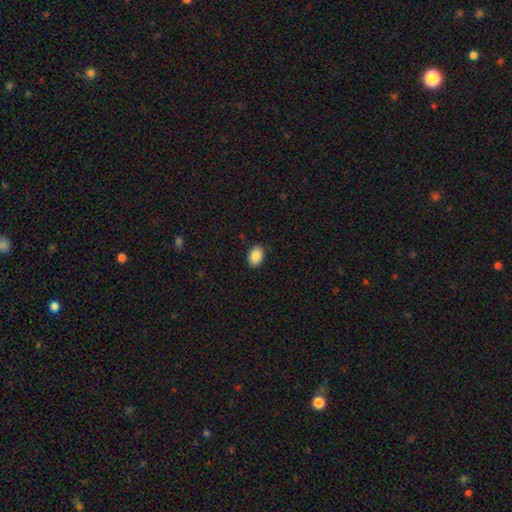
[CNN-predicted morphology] smooth 89%, star or artifact 7%, featured or disk 4%. Down the decision tree: how rounded — in between (84%); merging — none (88%).